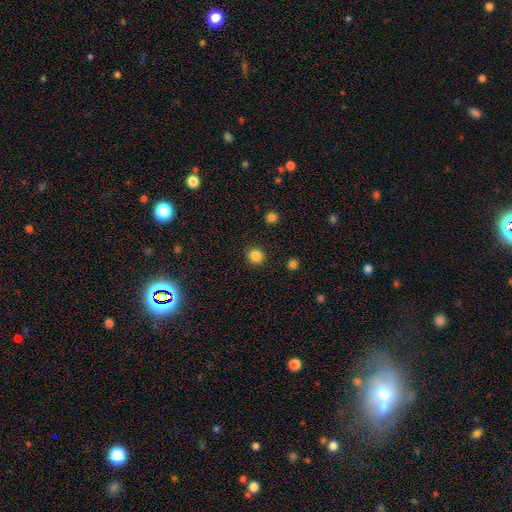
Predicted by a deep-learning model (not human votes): smooth 85%, star or artifact 11%, featured or disk 3%. Down the decision tree: how rounded — round (85%); merging — none (89%).